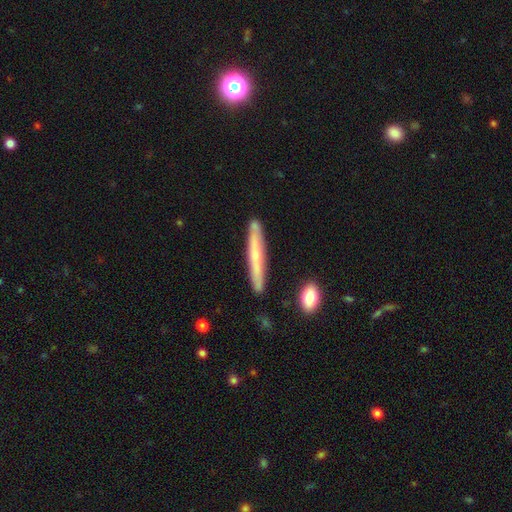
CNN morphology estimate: The model was most divided on "smooth or featured" (2-way tie): featured or disk: 47%, smooth: 47%, star or artifact: 7%. More confident: merging — none (85%).